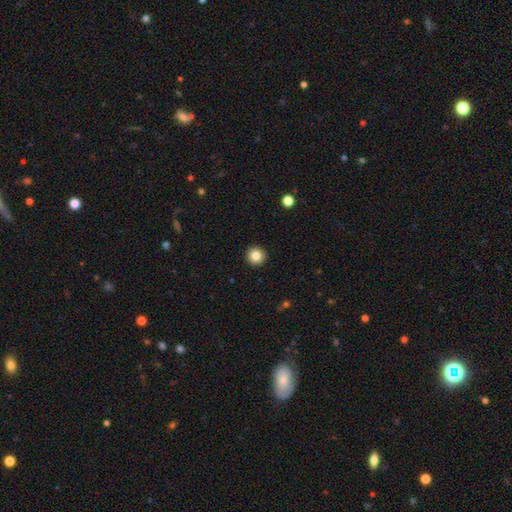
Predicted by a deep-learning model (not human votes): A smooth galaxy with no disk features (84%) that is round (96%). Merging: none (94%).